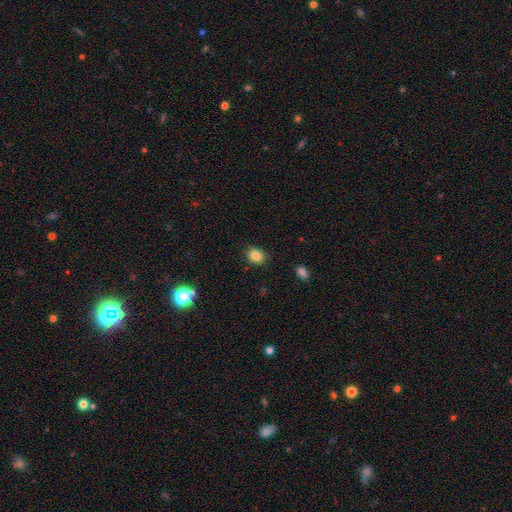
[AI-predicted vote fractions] Smooth or featured? smooth (85%)
How rounded? round (56%)
Merging? none (86%)